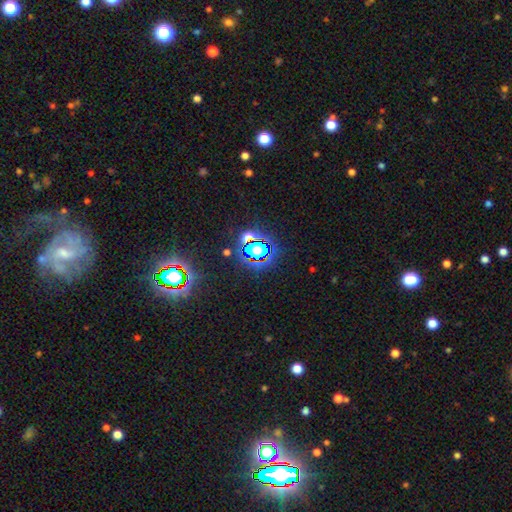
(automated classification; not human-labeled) smooth_or_featured: star or artifact (p=0.77) [alt: smooth p=0.12]